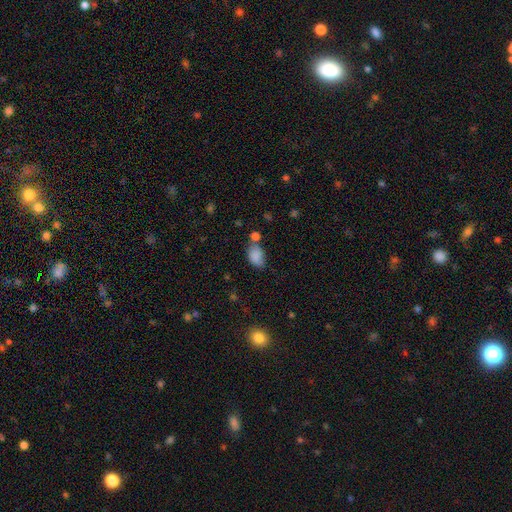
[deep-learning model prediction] A smooth galaxy with no disk features (84%) that is in between round and cigar-shaped (84%). Merging: none (48%).